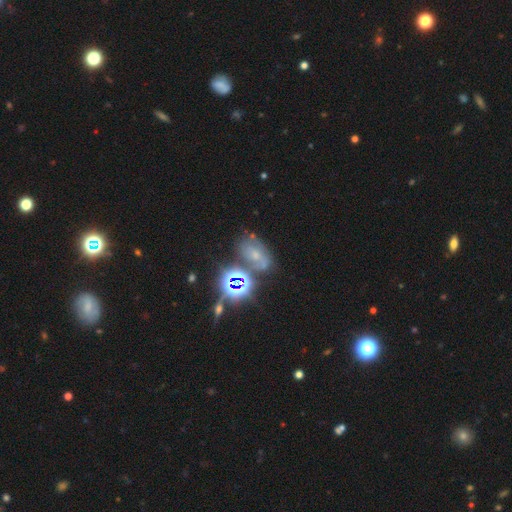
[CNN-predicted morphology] smooth_or_featured: star or artifact (p=0.43) [alt: featured or disk p=0.29]